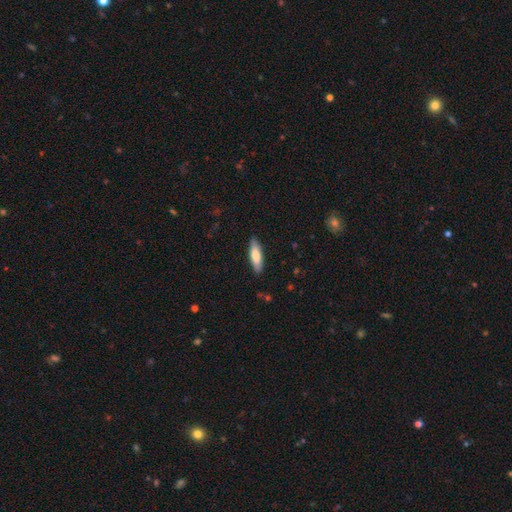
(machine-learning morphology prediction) Smooth or featured: smooth — 76% (featured or disk — 19%)
How rounded: cigar-shaped — 53% (in between — 45%)
Merging: none — 87% (minor disturbance — 10%)